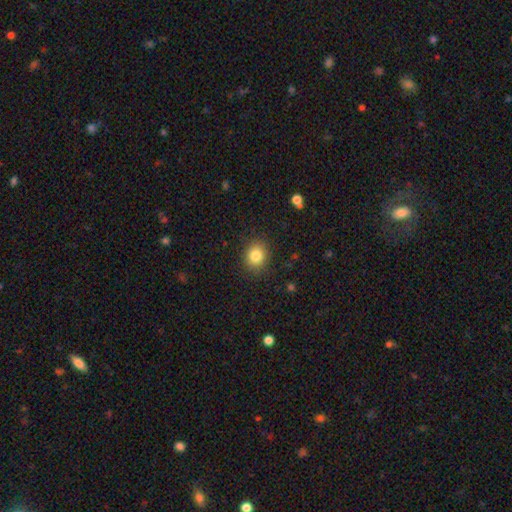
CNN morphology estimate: type=smooth (83%); roundness=round (68%); merging=none (88%).